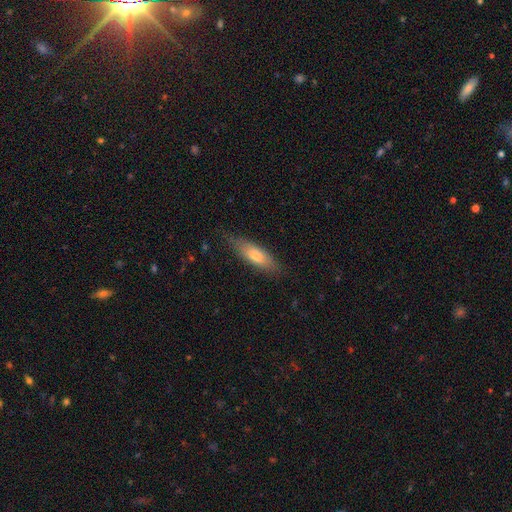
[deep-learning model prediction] smooth_or_featured: smooth (p=0.69) [alt: featured or disk p=0.25]
how_rounded: in between (p=0.51) [alt: cigar-shaped p=0.47]
merging: none (p=0.76) [alt: minor disturbance p=0.19]